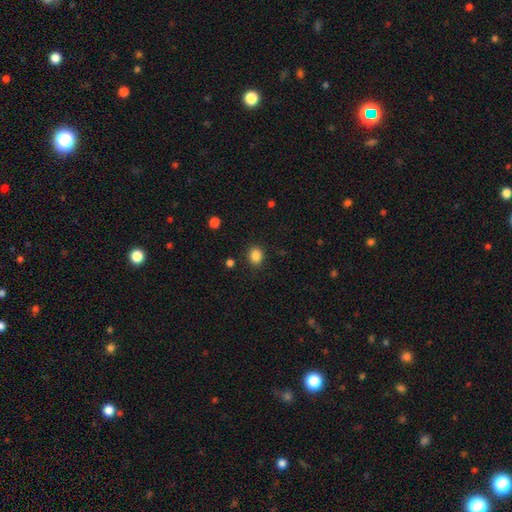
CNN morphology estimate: A smooth galaxy with no disk features (86%) that is round (62%). Merging: none (87%).